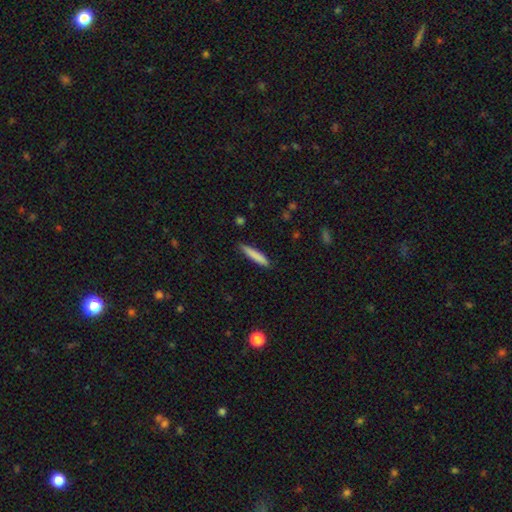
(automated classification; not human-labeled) A smooth galaxy with no disk features (83%) that is cigar-shaped (91%). Merging: none (86%).